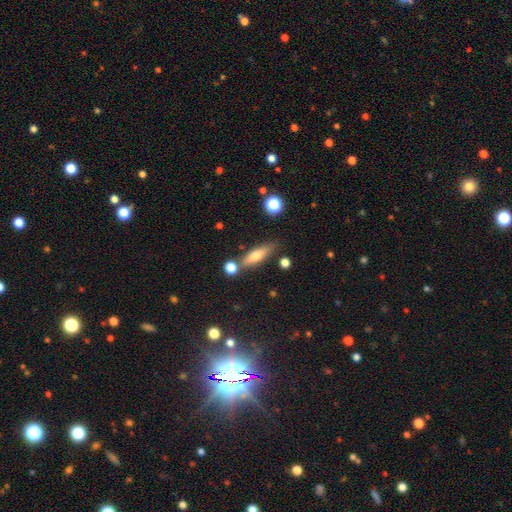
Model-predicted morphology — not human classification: This appears to be a smooth galaxy with no disk features (62%) that is cigar-shaped (62%). Merging: none (73%).